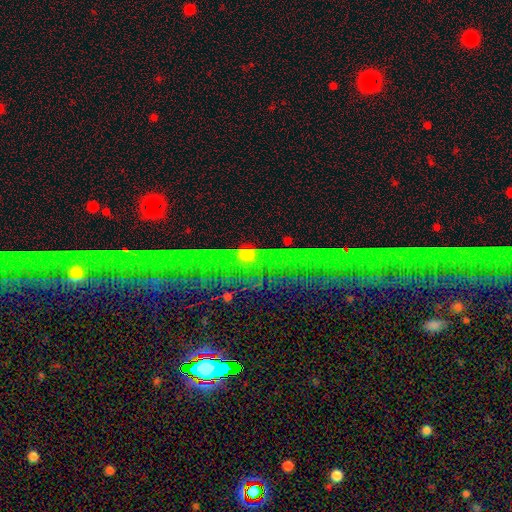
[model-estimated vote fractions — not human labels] Smooth or featured? Predicted: star or artifact (p=0.74).